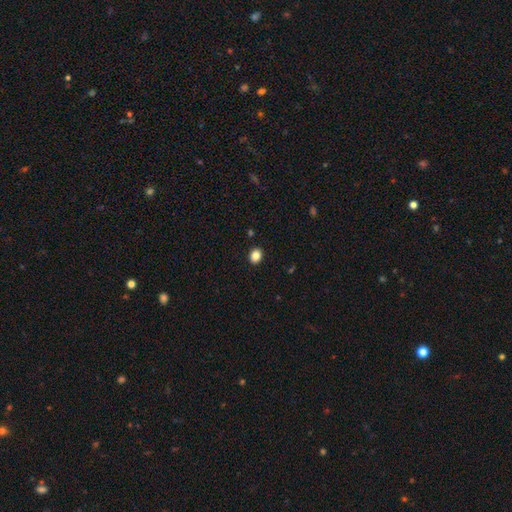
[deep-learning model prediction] Overall: smooth (86%). How rounded: round (50%; in between 49%). Merging: none (91%).